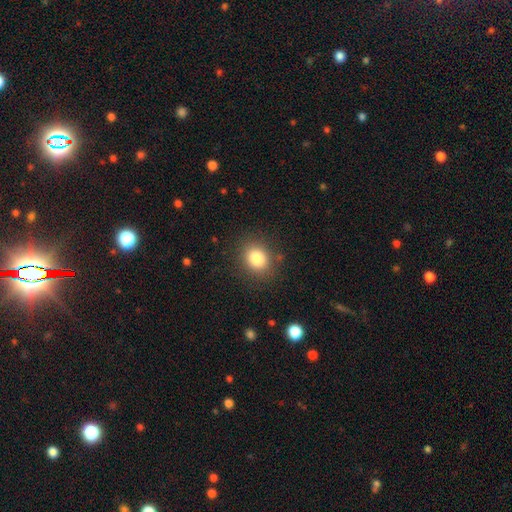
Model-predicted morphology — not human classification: The model was most divided on "how rounded": round: 65%, in between: 34%, cigar-shaped: 1%. More confident: merging — none (88%); smooth or featured — smooth (82%).